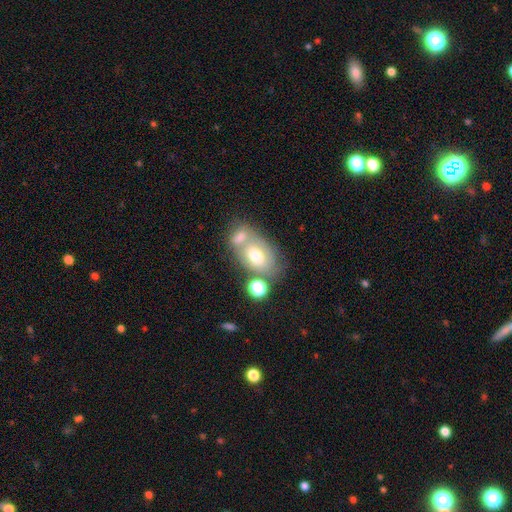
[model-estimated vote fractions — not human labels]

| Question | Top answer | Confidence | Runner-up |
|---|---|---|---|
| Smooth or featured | smooth | 62% | featured or disk (28%) |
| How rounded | in between | 82% | round (16%) |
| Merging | merger | 43% | none (36%) |